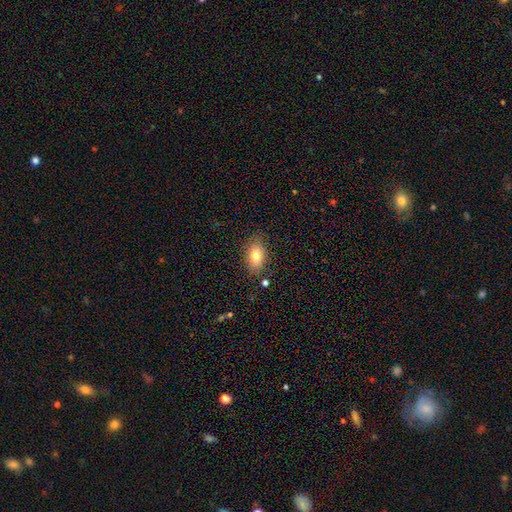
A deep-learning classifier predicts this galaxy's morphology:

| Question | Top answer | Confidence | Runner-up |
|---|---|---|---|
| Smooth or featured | smooth | 78% | featured or disk (14%) |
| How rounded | in between | 88% | round (10%) |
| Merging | none | 82% | minor disturbance (12%) |